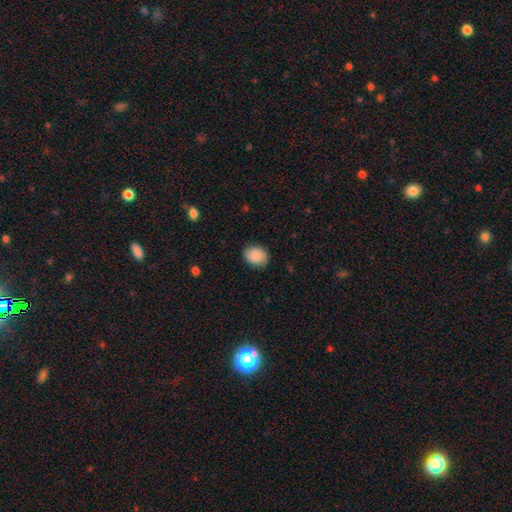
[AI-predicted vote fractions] Smooth or featured? Predicted: smooth (p=0.85). How rounded? Predicted: round (p=0.54). Merging? Predicted: none (p=0.82).